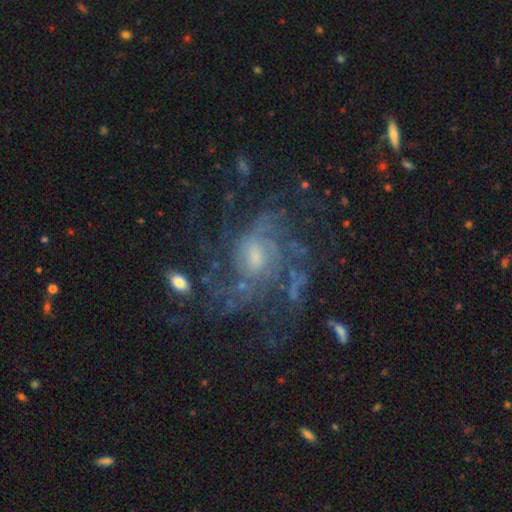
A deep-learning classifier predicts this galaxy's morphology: featured or disk 81%, star or artifact 10%, smooth 9%. Down the decision tree: edge-on disk — no (97%); bar — no (49%); spiral arms — yes (90%); spiral arm count — can't tell (38%); spiral winding — medium (42%); bulge size — small (44%); merging — none (56%).